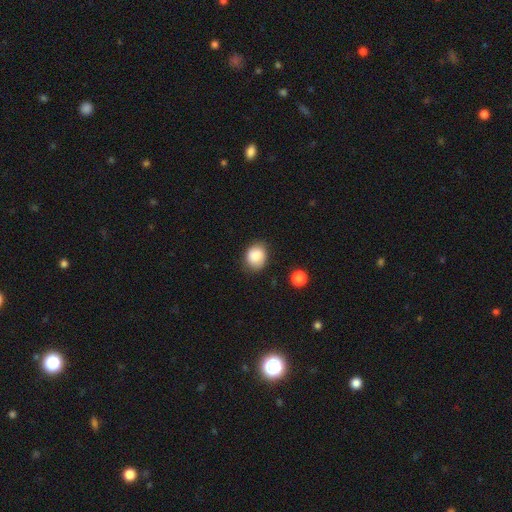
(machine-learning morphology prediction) A smooth galaxy with no disk features (84%) that is round (57%). Merging: none (76%).